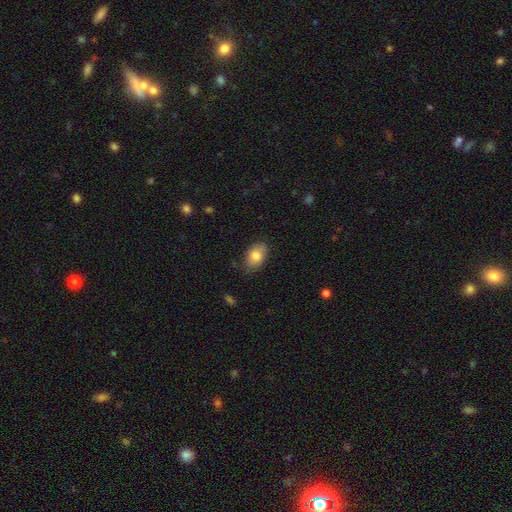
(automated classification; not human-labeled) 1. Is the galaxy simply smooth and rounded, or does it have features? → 83% smooth, 10% featured or disk, 7% star or artifact.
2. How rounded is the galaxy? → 88% in between, 10% round, 1% cigar-shaped.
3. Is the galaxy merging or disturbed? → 79% none, 16% minor disturbance, 3% major disturbance, 1% merger.